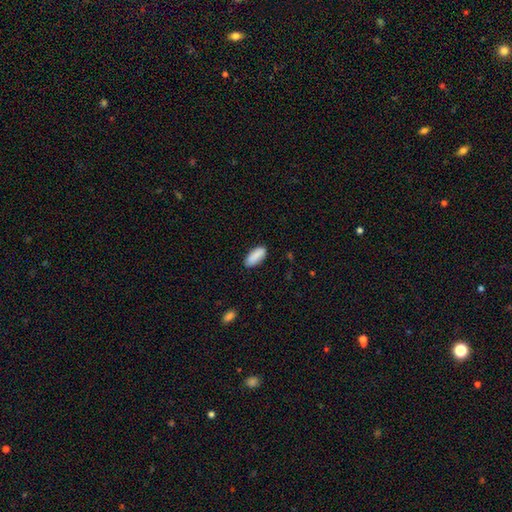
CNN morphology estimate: smooth-or-featured: smooth: 89% | star or artifact: 6% | featured or disk: 5%
  how-rounded: in between: 80% | cigar-shaped: 18% | round: 2%
  merging: none: 85% | minor disturbance: 11% | major disturbance: 2% | merger: 1%